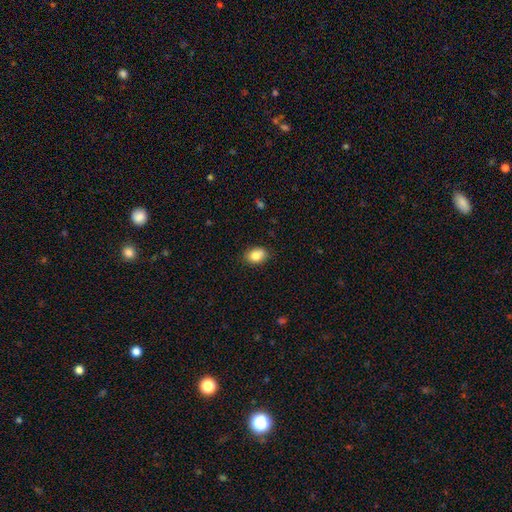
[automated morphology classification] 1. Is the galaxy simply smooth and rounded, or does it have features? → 84% smooth, 8% star or artifact, 8% featured or disk.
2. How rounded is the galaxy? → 77% in between, 22% round, 1% cigar-shaped.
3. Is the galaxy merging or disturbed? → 84% none, 13% minor disturbance, 2% major disturbance, 1% merger.